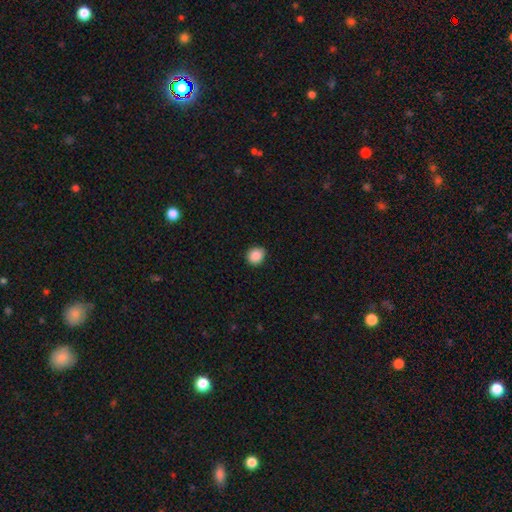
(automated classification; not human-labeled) smooth 88%, star or artifact 9%, featured or disk 3%. Down the decision tree: how rounded — round (79%); merging — none (89%).